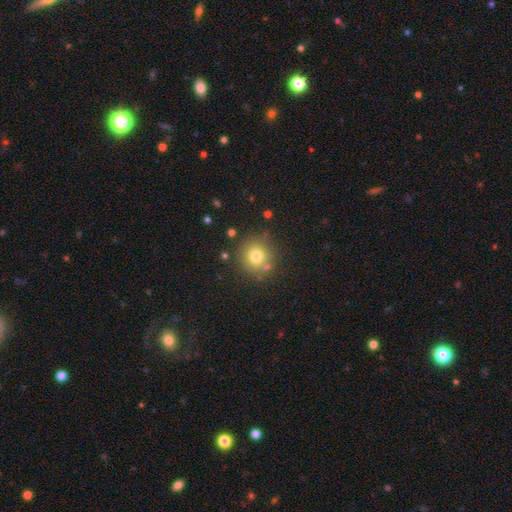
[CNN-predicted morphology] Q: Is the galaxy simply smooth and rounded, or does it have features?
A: smooth — 75%.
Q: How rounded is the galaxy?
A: round — 92%.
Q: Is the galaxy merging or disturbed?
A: none — 80%.